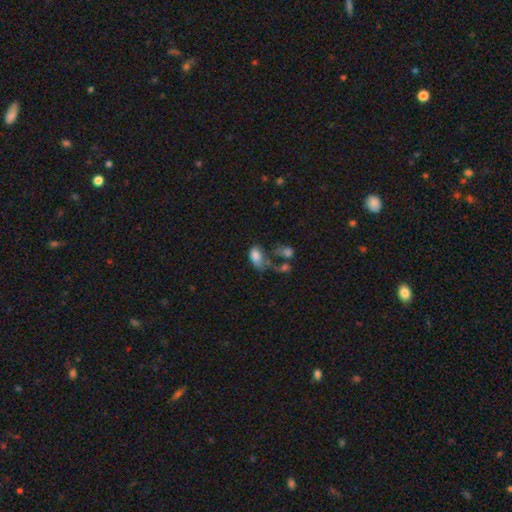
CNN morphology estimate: Smooth or featured: smooth — 77% (featured or disk — 14%)
How rounded: in between — 92% (round — 6%)
Merging: merger — 28% (tied with major disturbance — 28%)